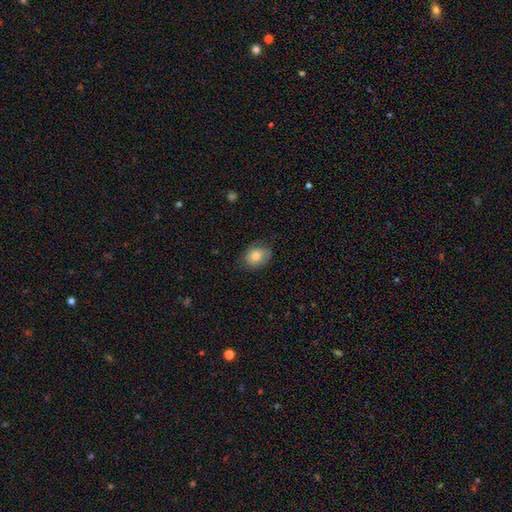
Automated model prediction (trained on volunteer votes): Smooth or featured?
  - smooth: 76% *
  - featured or disk: 16%
  - star or artifact: 8%
How rounded?
  - in between: 61% *
  - round: 38%
  - cigar-shaped: 1%
Merging?
  - none: 71% *
  - minor disturbance: 22%
  - major disturbance: 6%
  - merger: 1%